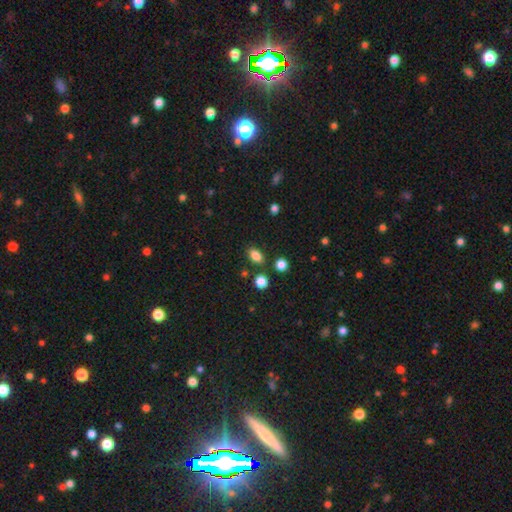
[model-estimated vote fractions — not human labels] Q: Smooth or featured?
A: smooth (83%); runner-up: star or artifact (11%)
Q: How rounded?
A: in between (83%); runner-up: round (14%)
Q: Merging?
A: none (81%); runner-up: minor disturbance (11%)